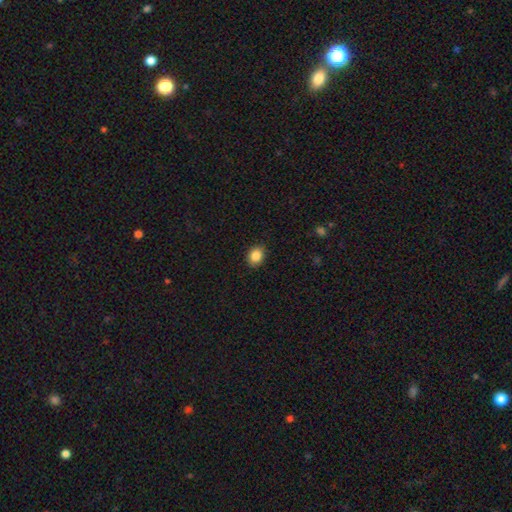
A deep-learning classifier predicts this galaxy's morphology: Smooth or featured?
  - smooth: 87% *
  - star or artifact: 9%
  - featured or disk: 4%
How rounded?
  - in between: 51% *
  - round: 48%
  - cigar-shaped: 1%
Merging?
  - none: 89% *
  - minor disturbance: 8%
  - major disturbance: 2%
  - merger: 1%